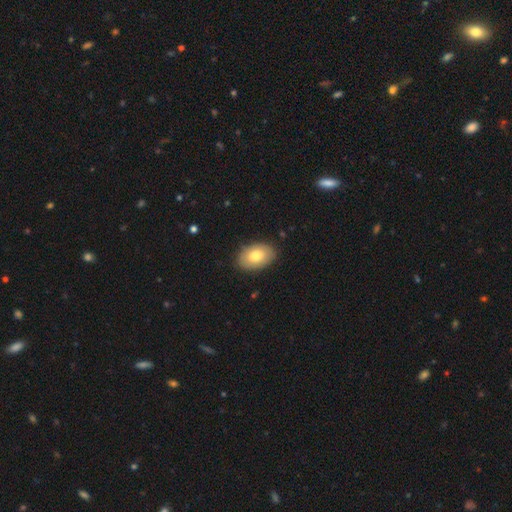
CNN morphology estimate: The model was most divided on "smooth or featured": smooth: 78%, featured or disk: 16%, star or artifact: 6%. More confident: how rounded — in between (90%); merging — none (85%).